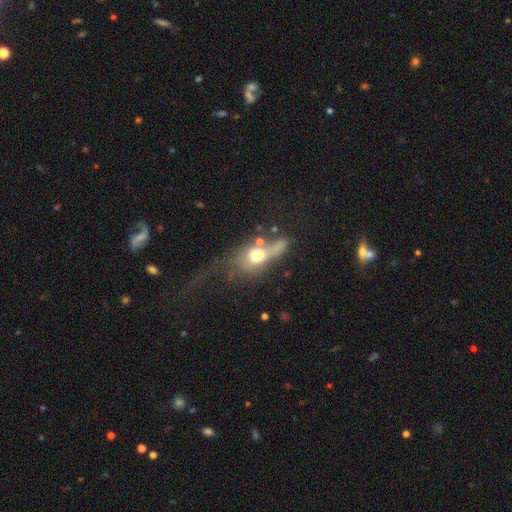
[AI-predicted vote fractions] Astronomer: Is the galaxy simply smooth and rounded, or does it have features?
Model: smooth — 59%.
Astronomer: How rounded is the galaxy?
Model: in between — 56% (runner-up: round, 36%).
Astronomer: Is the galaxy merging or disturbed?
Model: major disturbance — 41% (runner-up: merger, 27%).